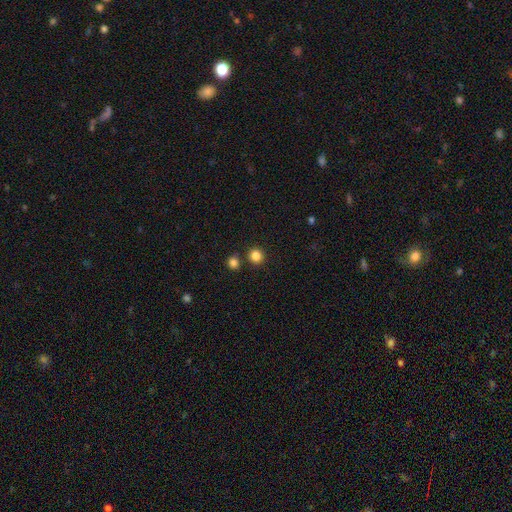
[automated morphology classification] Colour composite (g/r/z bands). It shows a smooth galaxy with no disk features (84%) that is round (92%). Merging: none (84%).